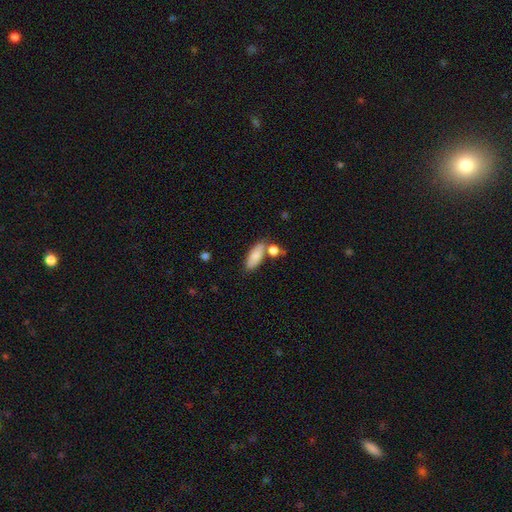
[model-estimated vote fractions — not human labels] Smooth or featured?
  - smooth: 83% *
  - featured or disk: 11%
  - star or artifact: 6%
How rounded?
  - in between: 75% *
  - cigar-shaped: 22%
  - round: 3%
Merging?
  - none: 65% *
  - merger: 18%
  - minor disturbance: 13%
  - major disturbance: 4%